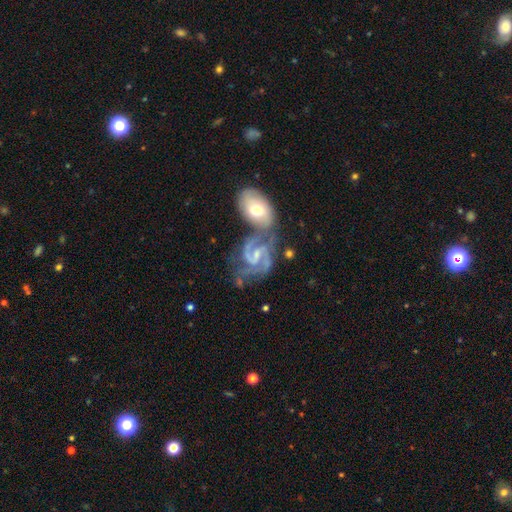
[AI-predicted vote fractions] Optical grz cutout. It shows a featured or disk galaxy (90%) with a weak bar (52%), 2 (86%) medium (61%) spiral arms (97%) and a small central bulge (56%). Merging: merger (40%).